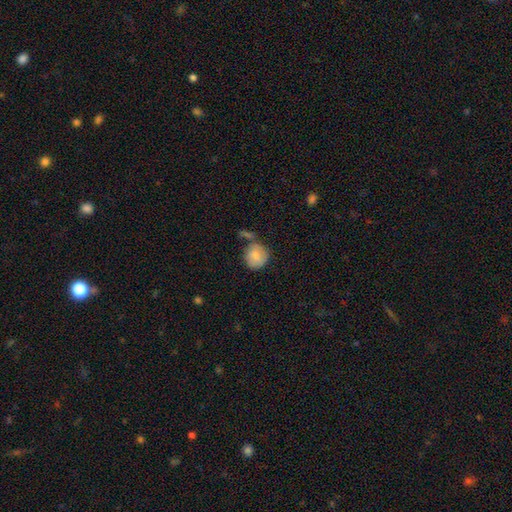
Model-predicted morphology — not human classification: smooth-or-featured: smooth: 83% | featured or disk: 10% | star or artifact: 7%
  how-rounded: round: 85% | in between: 14% | cigar-shaped: 1%
  merging: none: 59% | minor disturbance: 20% | merger: 15% | major disturbance: 7%